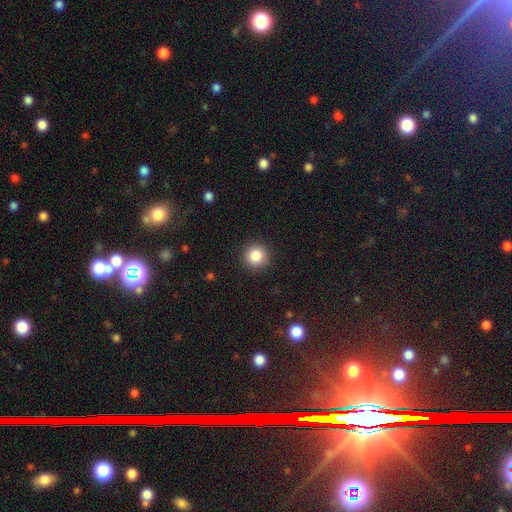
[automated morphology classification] type=smooth (85%); roundness=round (95%); merging=none (91%).